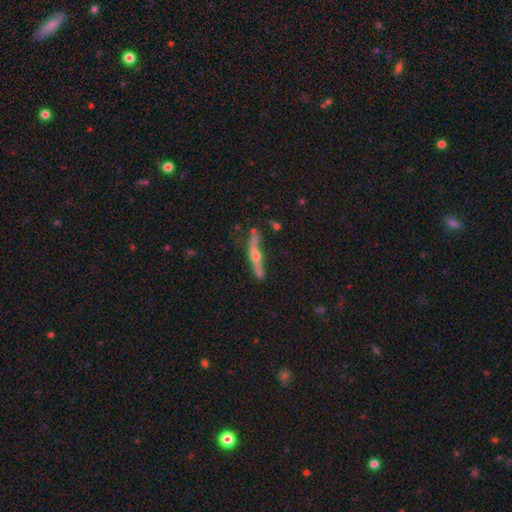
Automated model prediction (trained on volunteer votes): Smooth or featured? Predicted: featured or disk (p=0.73). Edge-on disk? Predicted: yes (p=0.93). Edge-on bulge? Predicted: rounded (p=0.91). Merging? Predicted: none (p=0.69).